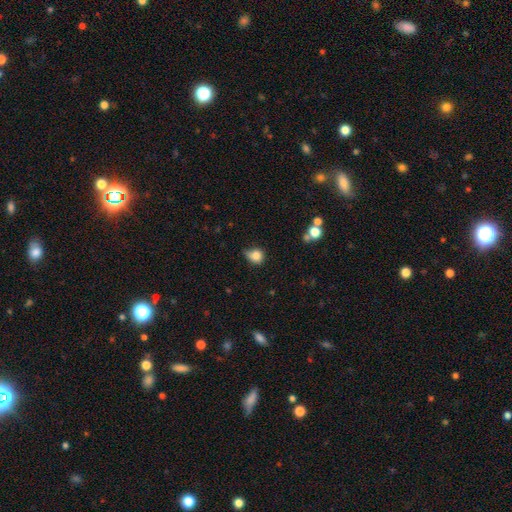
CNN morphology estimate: A smooth galaxy with no disk features (82%) that is round (70%). Merging: minor disturbance (43%).